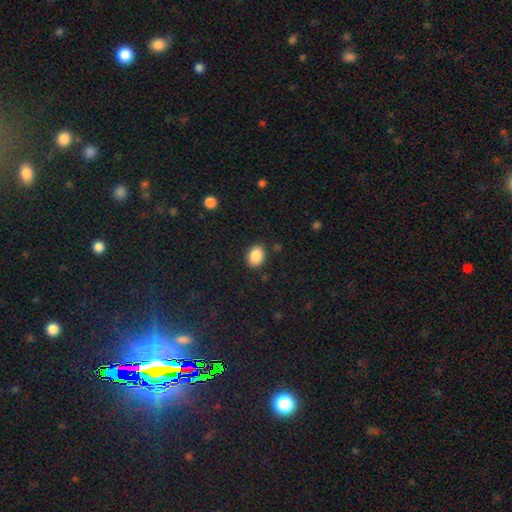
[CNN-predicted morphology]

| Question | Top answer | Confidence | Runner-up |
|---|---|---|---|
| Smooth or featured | smooth | 88% | star or artifact (8%) |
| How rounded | in between | 59% | round (40%) |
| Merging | none | 87% | minor disturbance (9%) |